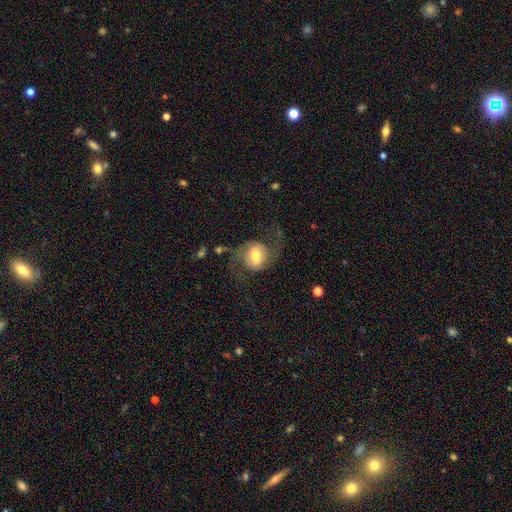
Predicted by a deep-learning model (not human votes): Q: Smooth or featured?
A: featured or disk (71%); runner-up: smooth (22%)
Q: Edge-on disk?
A: no (97%); runner-up: yes (3%)
Q: Bar?
A: no (41%); runner-up: weak (40%)
Q: Spiral arms?
A: yes (91%); runner-up: no (9%)
Q: Spiral winding?
A: loose (67%); runner-up: medium (28%)
Q: Spiral arm count?
A: 2 (92%); runner-up: 1 (3%)
Q: Bulge size?
A: moderate (68%); runner-up: large (14%)
Q: Merging?
A: none (62%); runner-up: major disturbance (20%)